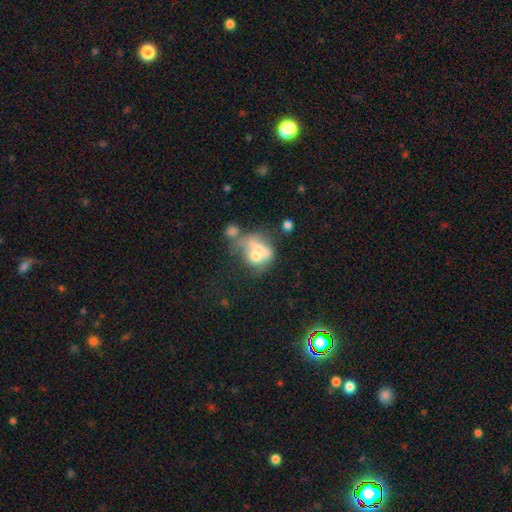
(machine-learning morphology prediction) type=smooth (48%); merging=merger (54%).